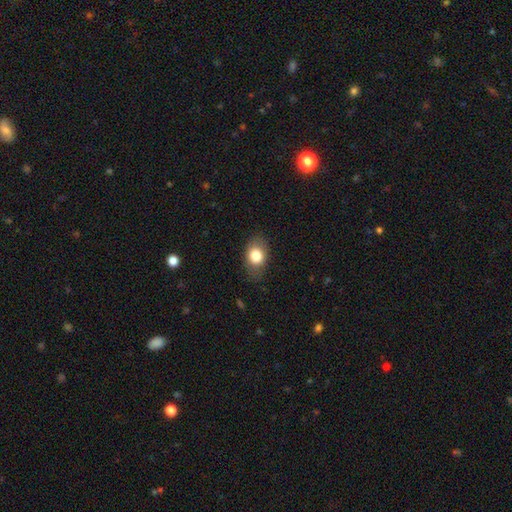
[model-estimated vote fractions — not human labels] Q: Smooth or featured?
A: smooth (79%); runner-up: featured or disk (12%)
Q: How rounded?
A: in between (74%); runner-up: round (25%)
Q: Merging?
A: none (77%); runner-up: minor disturbance (17%)